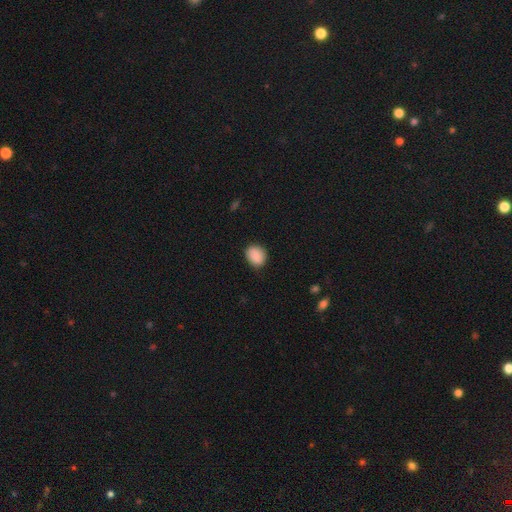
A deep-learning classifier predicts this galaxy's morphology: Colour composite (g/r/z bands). It shows a smooth galaxy with no disk features (89%) that is round (56%). Merging: none (84%).